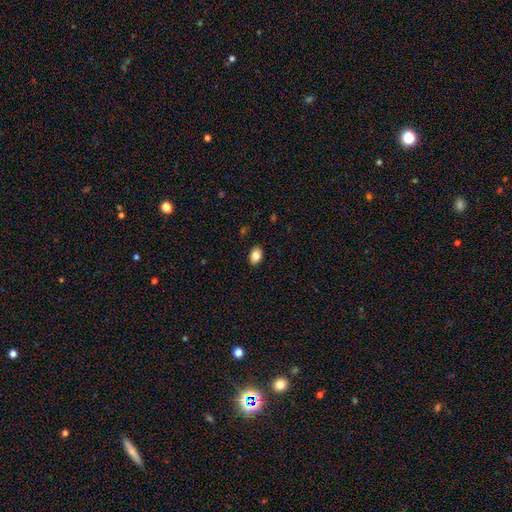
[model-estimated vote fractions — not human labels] The model was most divided on "how rounded": in between: 74%, round: 25%, cigar-shaped: 1%. More confident: merging — none (89%); smooth or featured — smooth (84%).